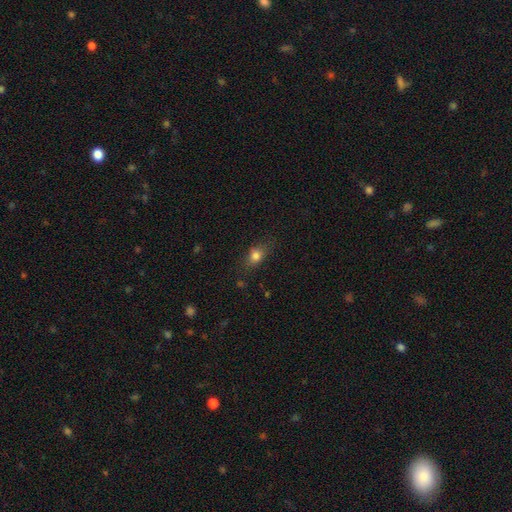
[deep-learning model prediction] Smooth or featured? smooth (77%)
How rounded? in between (66%)
Merging? none (74%)